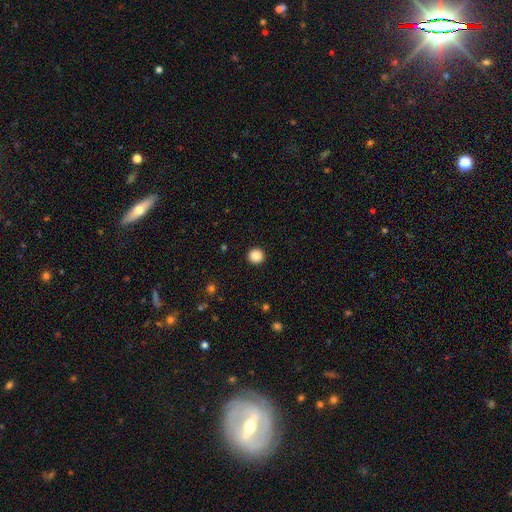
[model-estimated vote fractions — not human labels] Smooth or featured: smooth — 88% (star or artifact — 10%)
How rounded: round — 93% (in between — 6%)
Merging: none — 93% (minor disturbance — 4%)